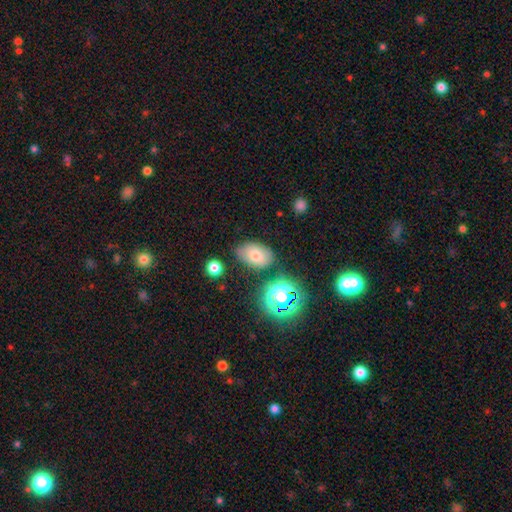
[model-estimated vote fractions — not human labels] The model was most divided on "smooth or featured": smooth: 69%, star or artifact: 17%, featured or disk: 15%. More confident: how rounded — in between (86%); merging — none (73%).